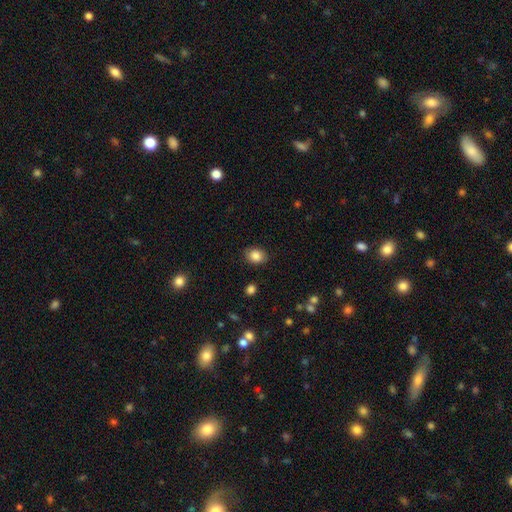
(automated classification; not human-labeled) Overall: smooth (85%). How rounded: in between (57%; round 42%). Merging: none (86%).